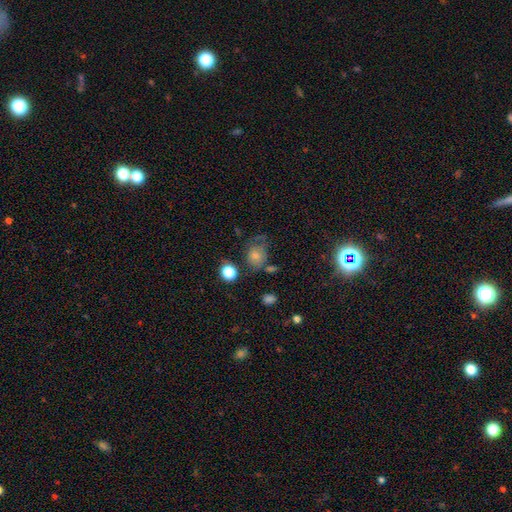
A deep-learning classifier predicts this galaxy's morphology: Overall: smooth (70%). How rounded: round (52%; in between 47%). Merging: none (43%; minor disturbance 28%).